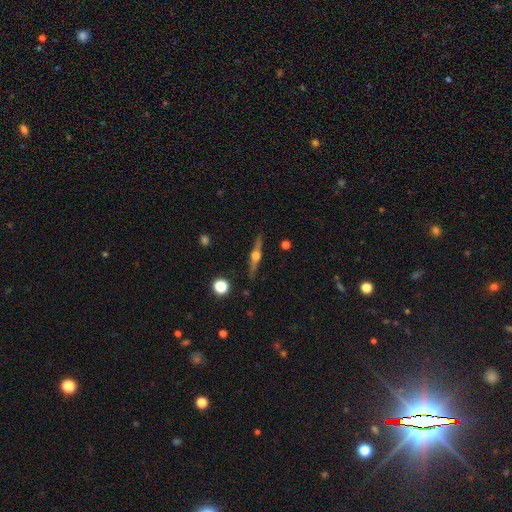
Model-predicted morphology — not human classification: This is likely a featured or disk galaxy (78%). It is clearly viewed edge-on (98%). Edge-on bulge: clearly rounded (93%). Merging: clearly none (89%).